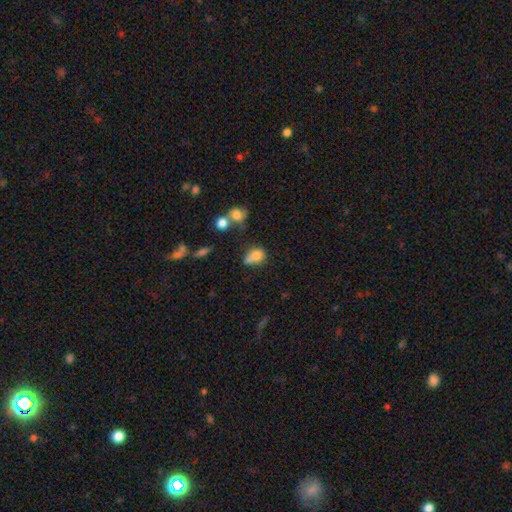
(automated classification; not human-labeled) Morphology: type=smooth (77%); roundness=in between (50%); merging=none (36%).